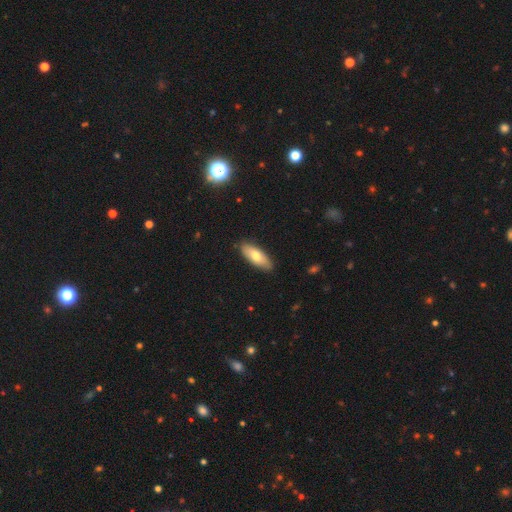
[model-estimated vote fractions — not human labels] This is likely a smooth galaxy (70%). How rounded: likely in between (73%). Merging: clearly none (87%).